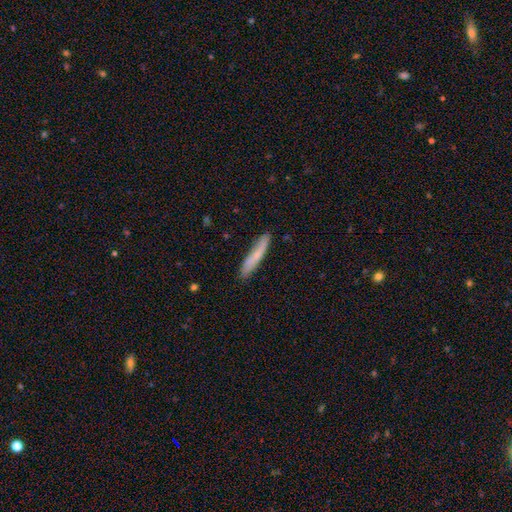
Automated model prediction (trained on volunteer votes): This appears to be a smooth galaxy with no disk features (65%) that is cigar-shaped (93%). Merging: none (82%).